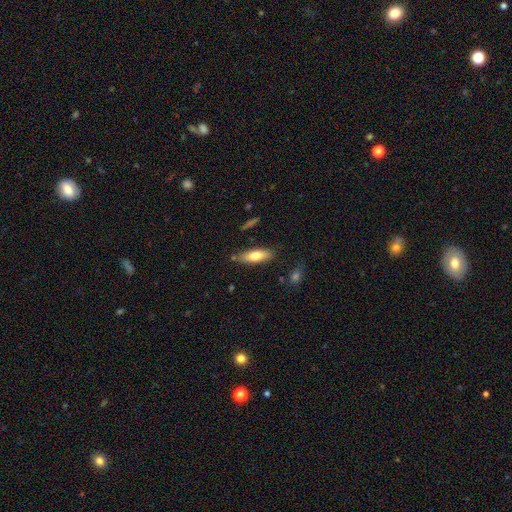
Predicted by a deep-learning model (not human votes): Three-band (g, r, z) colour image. It shows a smooth galaxy with no disk features (73%) that is in between round and cigar-shaped (56%). Merging: none (80%).